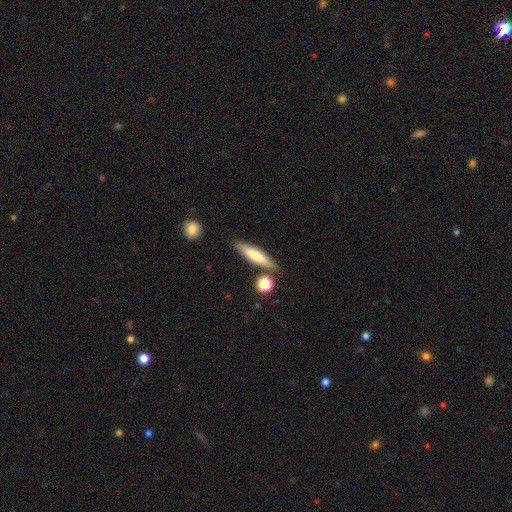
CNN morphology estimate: Overall: smooth (66%; featured or disk 28%). How rounded: cigar-shaped (79%). Merging: none (79%).